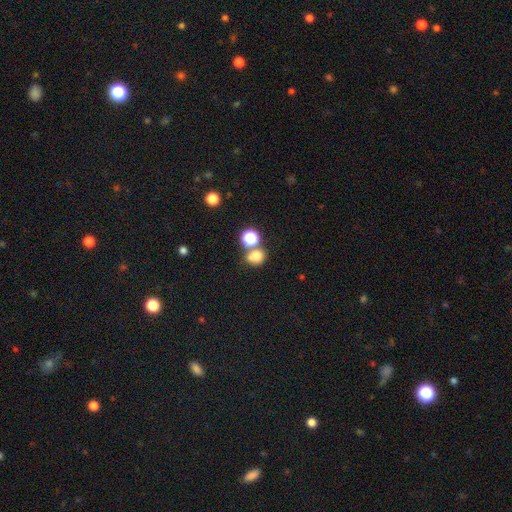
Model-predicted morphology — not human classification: This is likely a smooth galaxy (74%). How rounded: likely round (75%). Merging: possibly none (52%).